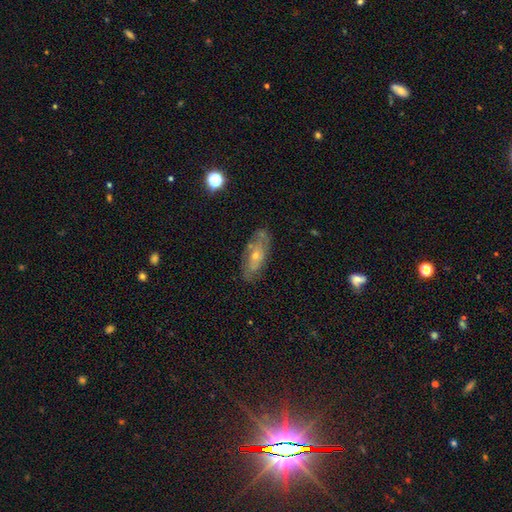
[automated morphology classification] A featured or disk galaxy (61%).

Vote fractions:
- Smooth or featured? featured or disk: 61% / smooth: 30% / star or artifact: 9%
- Edge-on disk? no: 82% / yes: 18%
- Merging? none: 74% / minor disturbance: 18% / major disturbance: 5% / merger: 3%